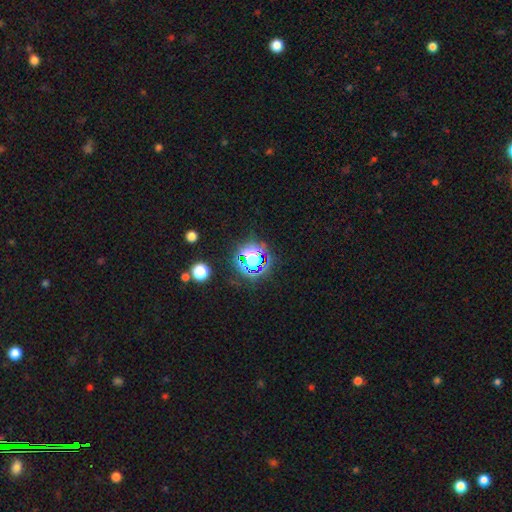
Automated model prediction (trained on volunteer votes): smooth-or-featured: star or artifact: 76% | smooth: 17% | featured or disk: 8%